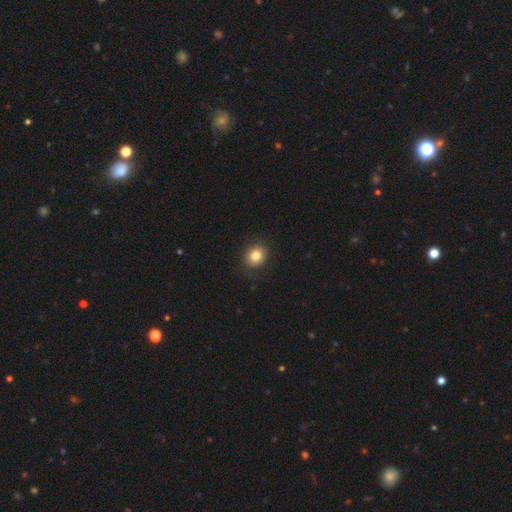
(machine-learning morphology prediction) The model was most divided on "how rounded": round: 70%, in between: 29%, cigar-shaped: 1%. More confident: merging — none (85%); smooth or featured — smooth (84%).